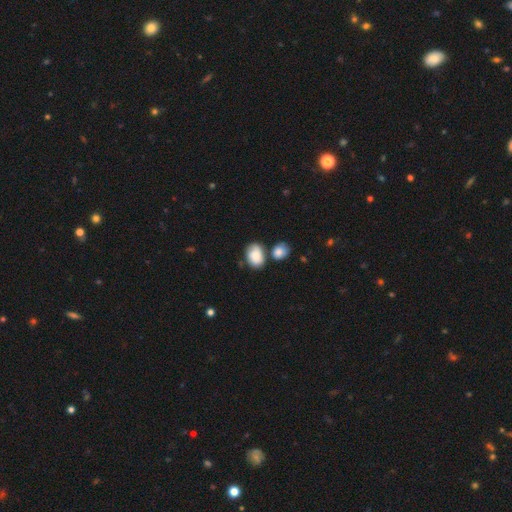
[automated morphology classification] This appears to be a smooth galaxy with no disk features (74%) that is in between round and cigar-shaped (79%). Merging: none (50%).